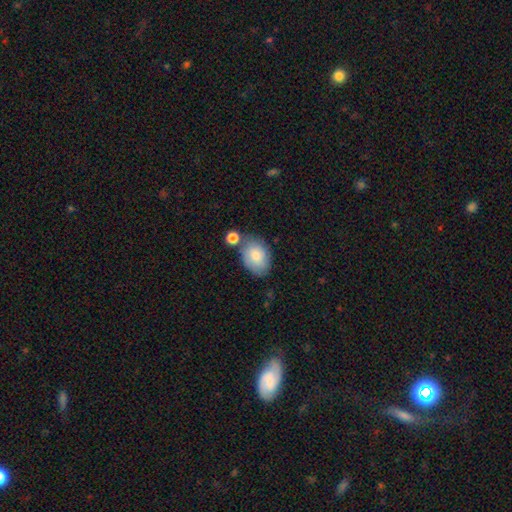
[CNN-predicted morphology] The model was most divided on "merging": none: 60%, minor disturbance: 20%, merger: 15%, major disturbance: 5%. More confident: how rounded — in between (80%); smooth or featured — smooth (77%).